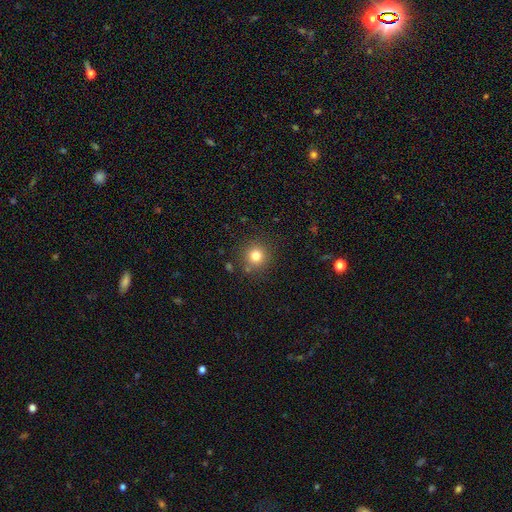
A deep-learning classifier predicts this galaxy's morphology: smooth_or_featured: smooth (p=0.80) [alt: star or artifact p=0.14]
how_rounded: round (p=0.94) [alt: in between p=0.05]
merging: none (p=0.86) [alt: minor disturbance p=0.08]